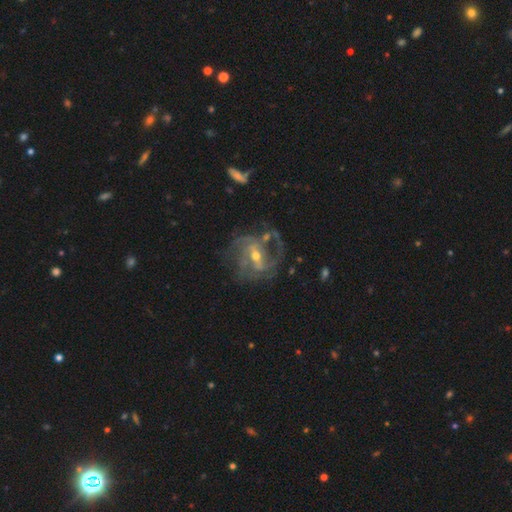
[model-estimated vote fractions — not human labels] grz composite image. It shows a featured or disk galaxy (86%) with a weak bar (46%), 2 (35%) medium (46%) spiral arms (92%) and a moderate central bulge (49%). Merging: none (57%).